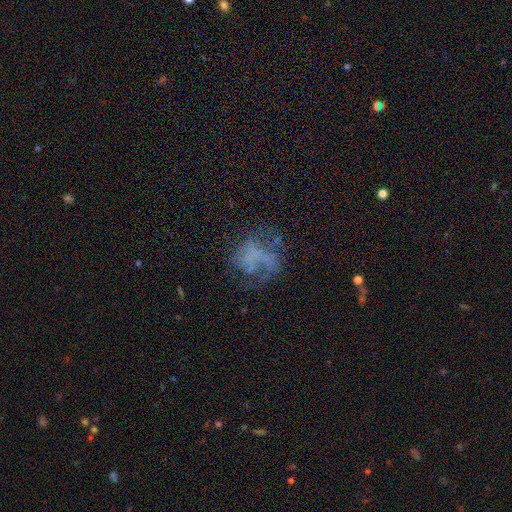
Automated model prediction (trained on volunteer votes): Smooth or featured? Predicted: featured or disk (p=0.51). Edge-on disk? Predicted: no (p=0.98). Bar? Predicted: no (p=0.87). Spiral arms? Predicted: no (p=0.77). Bulge size? Predicted: none (p=0.83). Merging? Predicted: none (p=0.43).